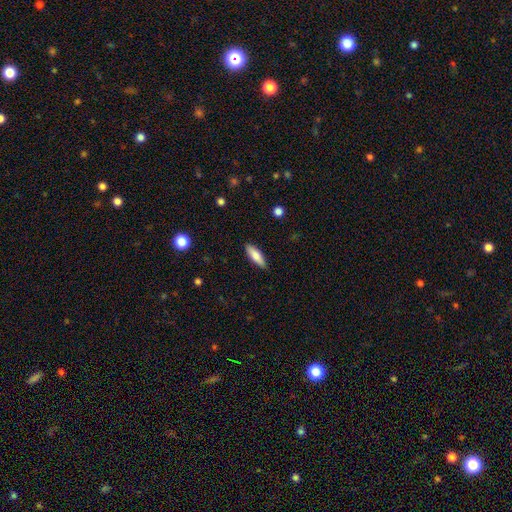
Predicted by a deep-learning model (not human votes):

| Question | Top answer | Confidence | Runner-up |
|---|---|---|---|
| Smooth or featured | smooth | 77% | featured or disk (17%) |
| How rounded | in between | 51% | cigar-shaped (47%) |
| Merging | none | 88% | minor disturbance (9%) |